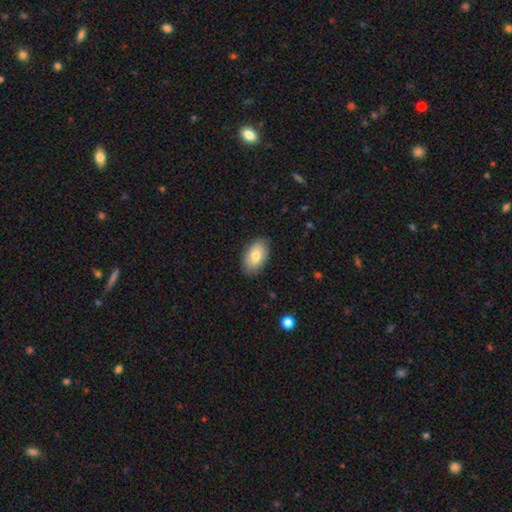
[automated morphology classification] The model was most divided on "smooth or featured": smooth: 79%, featured or disk: 15%, star or artifact: 6%. More confident: how rounded — in between (93%); merging — none (86%).